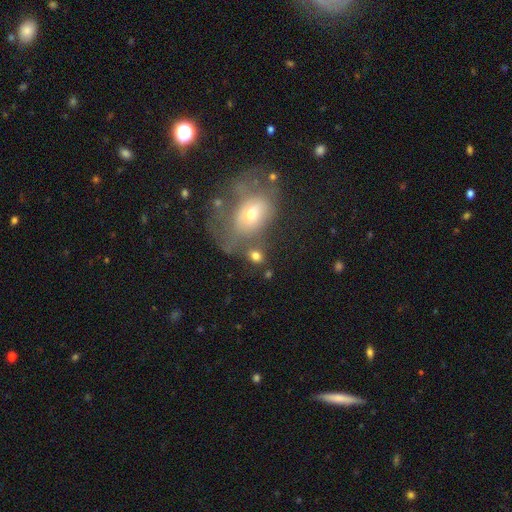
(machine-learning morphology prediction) type=smooth (72%); roundness=in between (55%); merging=none (52%).